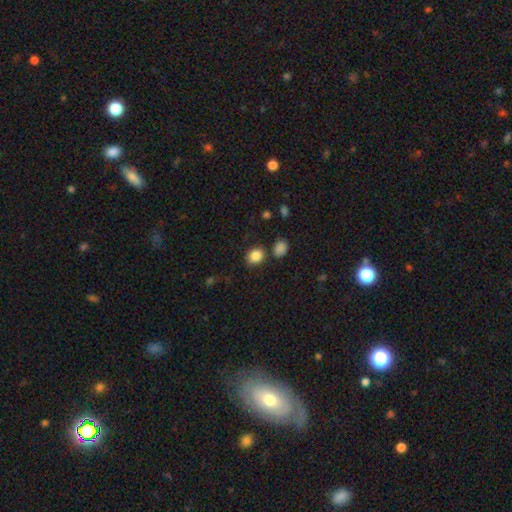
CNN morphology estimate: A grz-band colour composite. It shows a smooth galaxy with no disk features (86%) that is round (52%). Merging: none (76%).